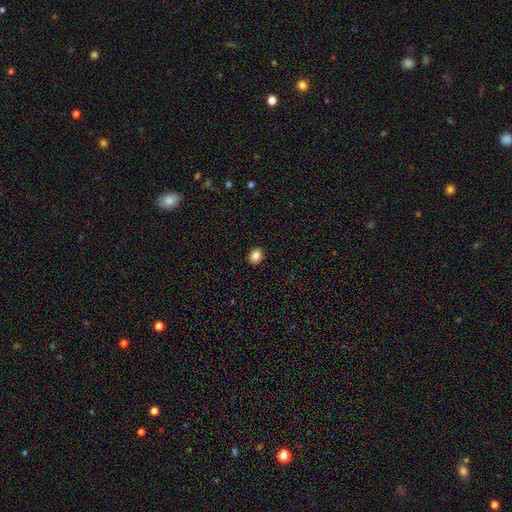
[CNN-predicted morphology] smooth-or-featured: smooth: 85% | star or artifact: 10% | featured or disk: 6%
  how-rounded: round: 55% | in between: 44% | cigar-shaped: 1%
  merging: none: 92% | minor disturbance: 6% | major disturbance: 2% | merger: 1%